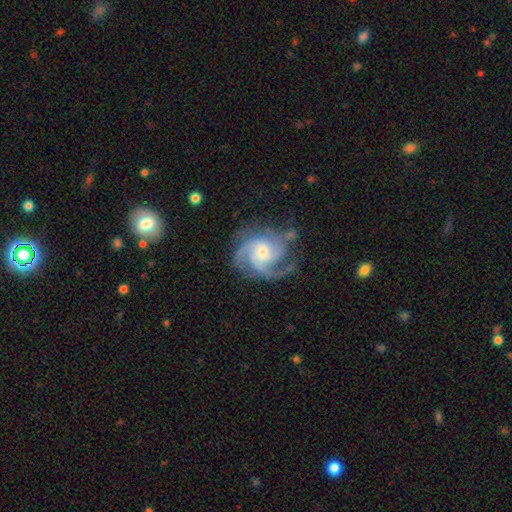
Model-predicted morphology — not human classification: This is clearly a featured or disk galaxy (91%). It is clearly not viewed edge-on (98%). Bar: possibly no (59%). Spiral arm pattern: clearly yes (98%). Spiral arm count: possibly 3 (58%). Spiral winding: possibly medium (49%). Central bulge: possibly moderate (47%). Merging: likely none (68%).